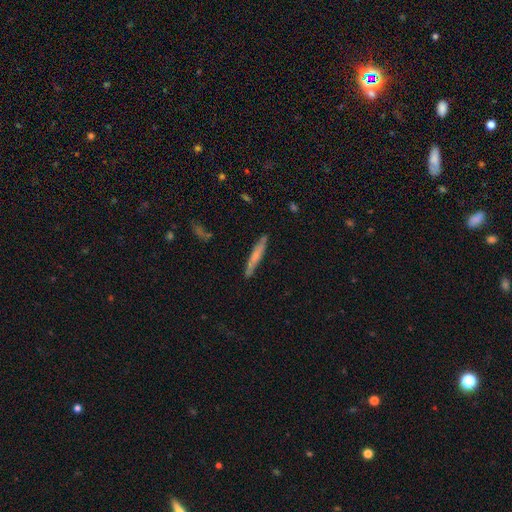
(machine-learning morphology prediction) Smooth or featured? Predicted: smooth (p=0.57). How rounded? Predicted: cigar-shaped (p=0.95). Merging? Predicted: none (p=0.85).